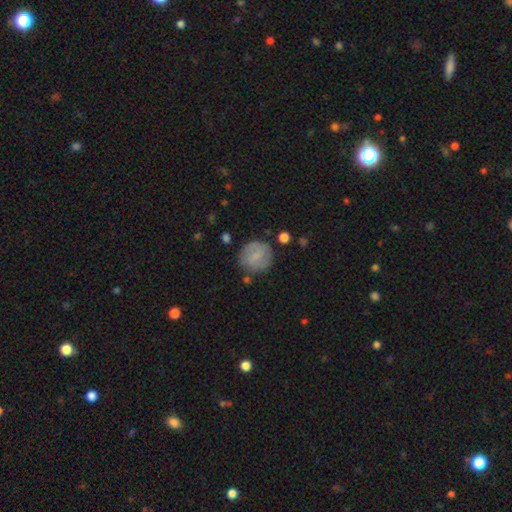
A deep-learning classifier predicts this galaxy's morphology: Smooth or featured? Predicted: smooth (p=0.68). How rounded? Predicted: round (p=0.89). Merging? Predicted: none (p=0.77).